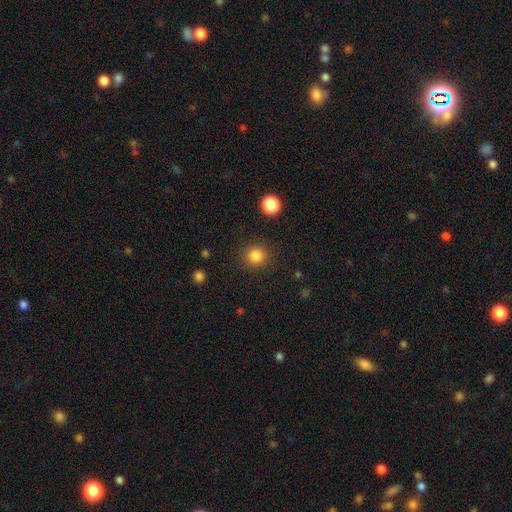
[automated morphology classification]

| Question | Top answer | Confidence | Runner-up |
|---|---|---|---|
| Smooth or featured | smooth | 84% | star or artifact (12%) |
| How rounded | round | 92% | in between (7%) |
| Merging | none | 90% | minor disturbance (6%) |